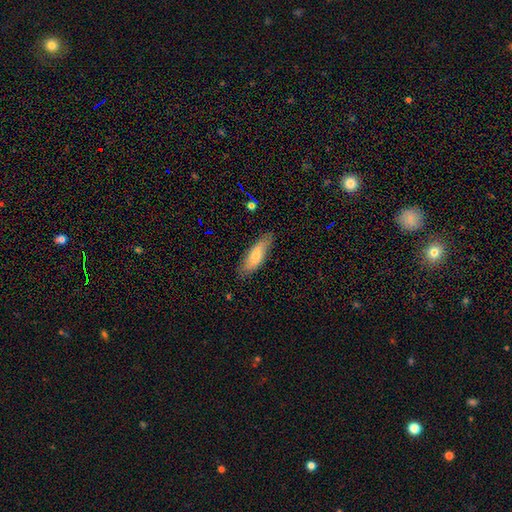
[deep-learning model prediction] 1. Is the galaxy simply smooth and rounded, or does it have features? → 72% smooth, 22% featured or disk, 6% star or artifact.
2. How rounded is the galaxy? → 54% in between, 44% cigar-shaped, 2% round.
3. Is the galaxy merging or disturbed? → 79% none, 17% minor disturbance, 3% major disturbance, 1% merger.